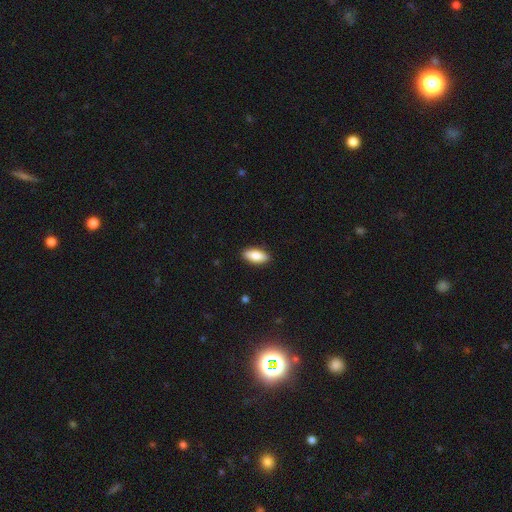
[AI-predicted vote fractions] Smooth or featured?
  - smooth: 85% *
  - featured or disk: 9%
  - star or artifact: 6%
How rounded?
  - in between: 87% *
  - cigar-shaped: 10%
  - round: 2%
Merging?
  - none: 89% *
  - minor disturbance: 8%
  - major disturbance: 2%
  - merger: 1%